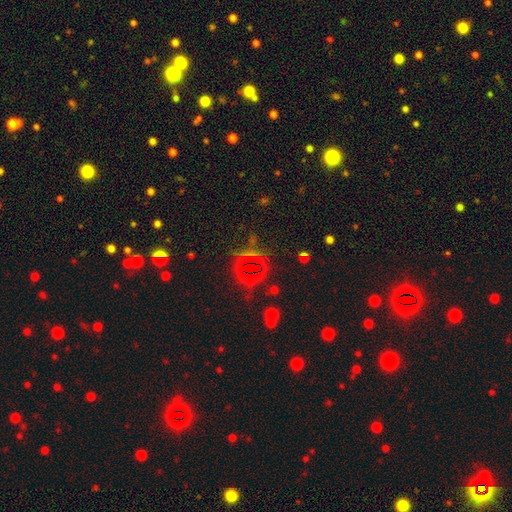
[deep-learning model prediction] smooth_or_featured: star or artifact (p=0.64) [alt: smooth p=0.24]